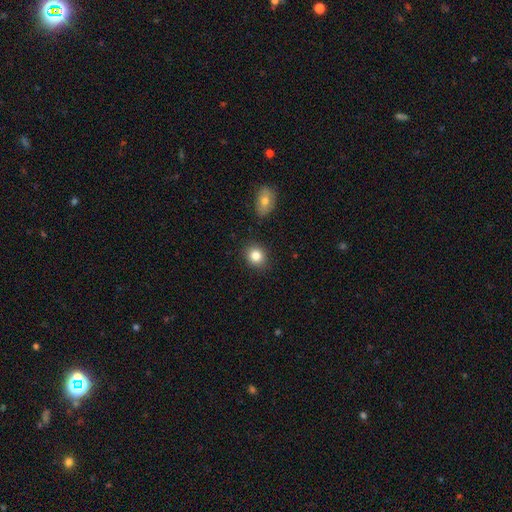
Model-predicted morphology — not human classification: Smooth or featured? Predicted: smooth (p=0.83). How rounded? Predicted: round (p=0.65). Merging? Predicted: none (p=0.86).